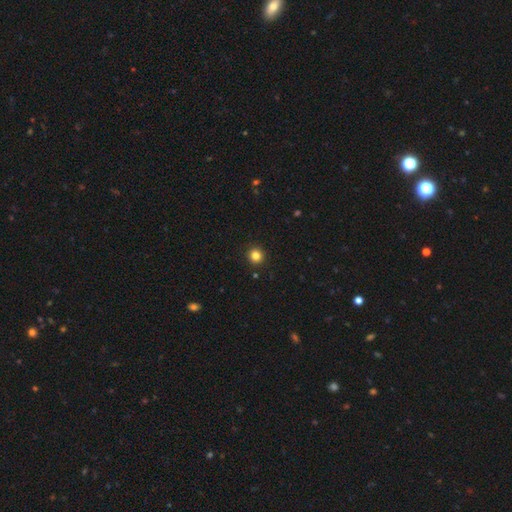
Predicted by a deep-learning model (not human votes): Smooth or featured? Predicted: smooth (p=0.83). How rounded? Predicted: round (p=0.94). Merging? Predicted: none (p=0.93).